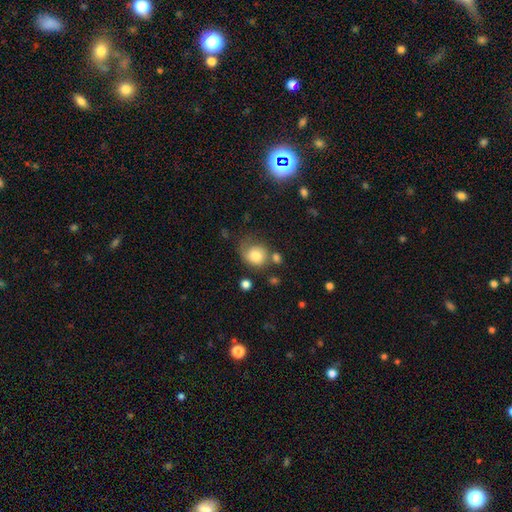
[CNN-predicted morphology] Smooth or featured: smooth — 73% (featured or disk — 18%)
How rounded: round — 74% (in between — 25%)
Merging: none — 46% (minor disturbance — 25%)